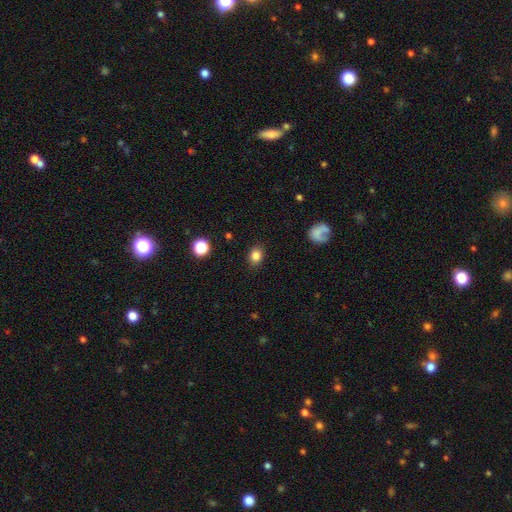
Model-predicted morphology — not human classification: type=smooth (83%); roundness=round (55%); merging=none (87%).